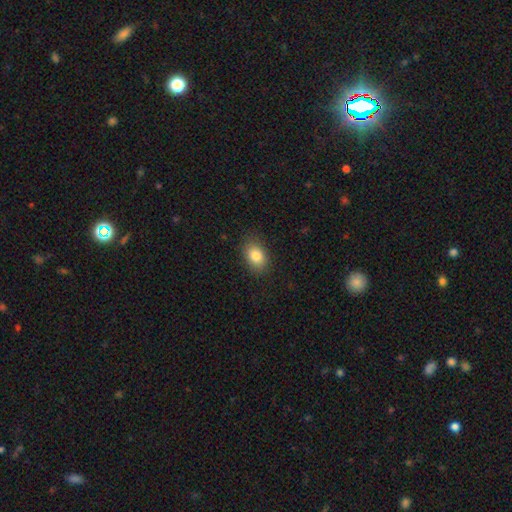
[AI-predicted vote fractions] This appears to be a smooth galaxy with no disk features (84%) that is in between round and cigar-shaped (77%). Merging: none (85%).